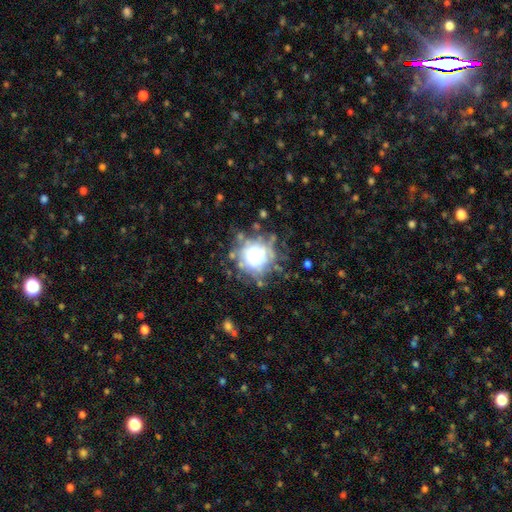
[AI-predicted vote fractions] A smooth galaxy with no disk features (46%).

Vote fractions:
- Smooth or featured? smooth: 46% / featured or disk: 39% / star or artifact: 14%
- Merging? none: 56% / minor disturbance: 22% / major disturbance: 17% / merger: 4%